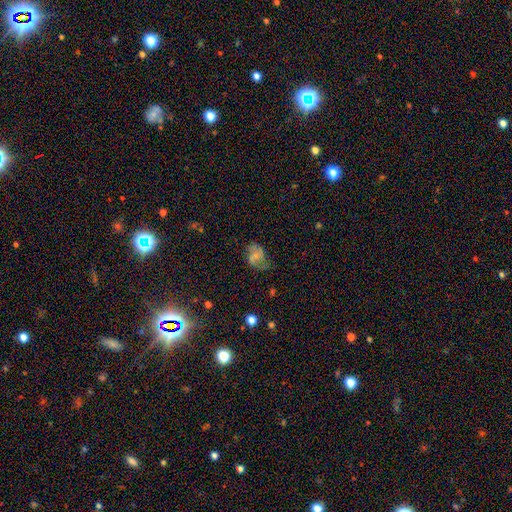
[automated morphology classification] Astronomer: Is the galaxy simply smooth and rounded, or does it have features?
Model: featured or disk — 46% (runner-up: smooth, 43%).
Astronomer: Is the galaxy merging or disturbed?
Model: none — 46% (runner-up: minor disturbance, 29%).